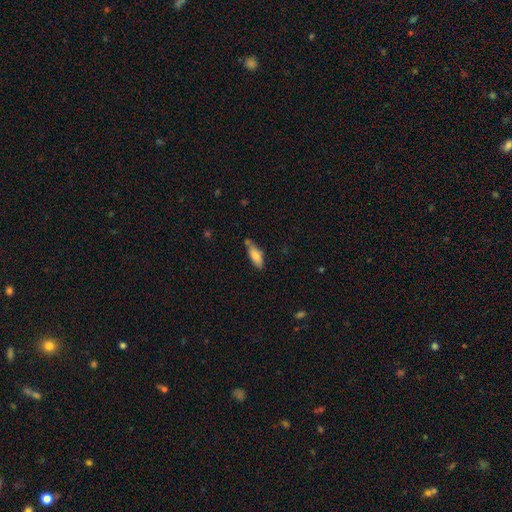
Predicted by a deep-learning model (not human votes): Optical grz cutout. It shows a smooth galaxy with no disk features (81%) that is in between round and cigar-shaped (65%). Merging: none (61%).